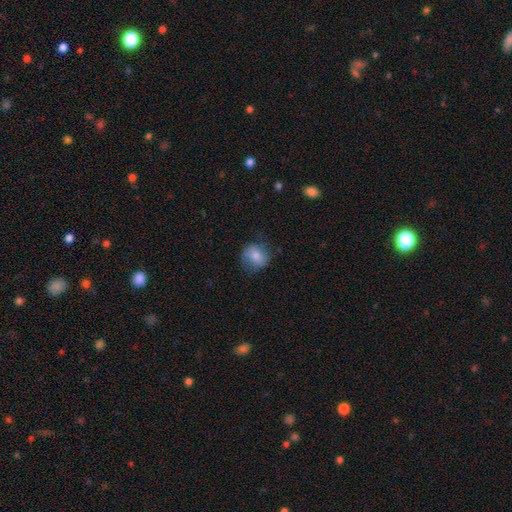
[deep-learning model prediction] Overall: smooth (68%). How rounded: round (73%). Merging: none (69%).